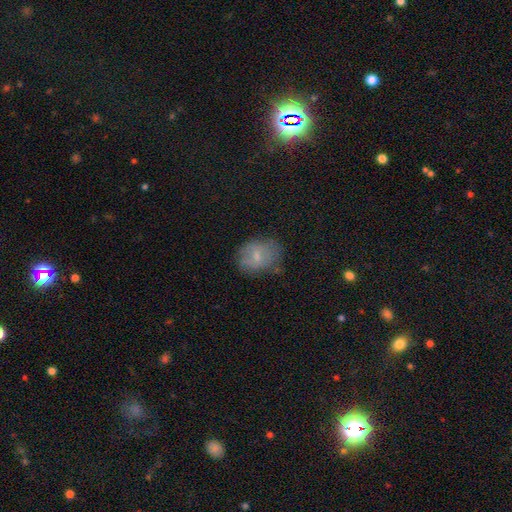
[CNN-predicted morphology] Smooth or featured? Predicted: smooth (p=0.63). How rounded? Predicted: in between (p=0.66). Merging? Predicted: none (p=0.60).